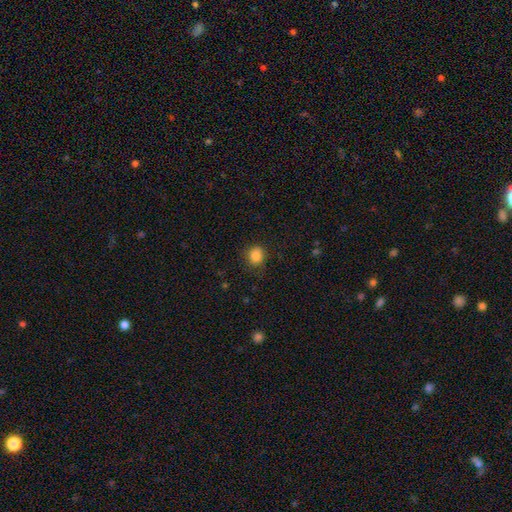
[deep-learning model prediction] A smooth galaxy with no disk features (85%) that is round (76%). Merging: none (82%).